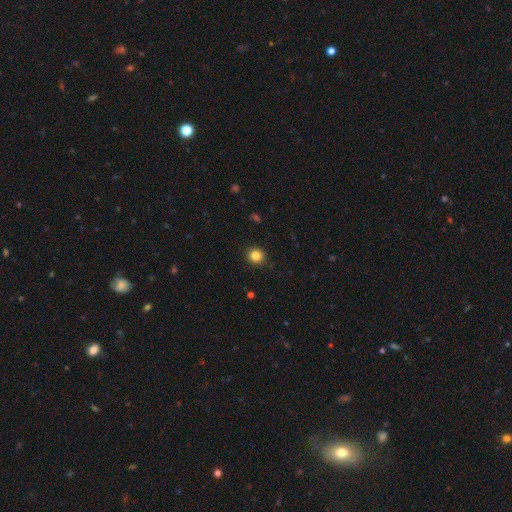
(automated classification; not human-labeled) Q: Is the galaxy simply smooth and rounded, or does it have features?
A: smooth — 84%.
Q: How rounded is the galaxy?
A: round — 90%.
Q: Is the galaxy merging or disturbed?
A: none — 92%.